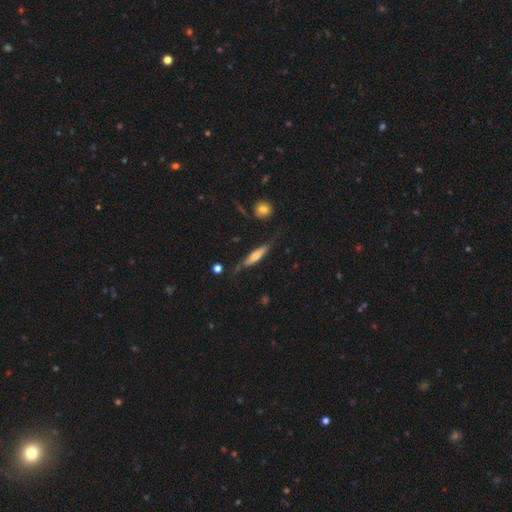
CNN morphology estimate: Smooth or featured? Predicted: smooth (p=0.54). How rounded? Predicted: cigar-shaped (p=0.79). Merging? Predicted: none (p=0.68).